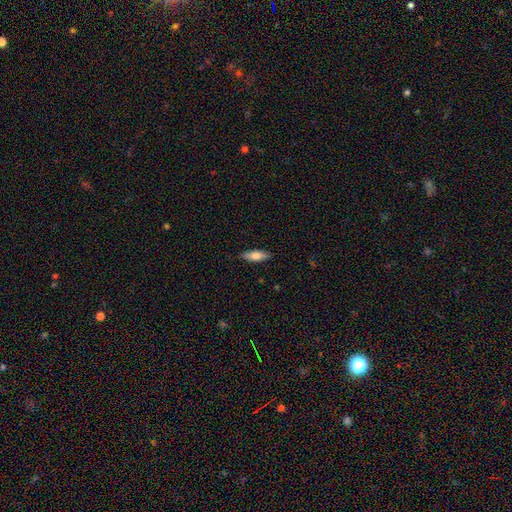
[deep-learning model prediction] Smooth or featured: smooth — 72% (featured or disk — 22%)
How rounded: in between — 52% (cigar-shaped — 46%)
Merging: none — 87% (minor disturbance — 10%)